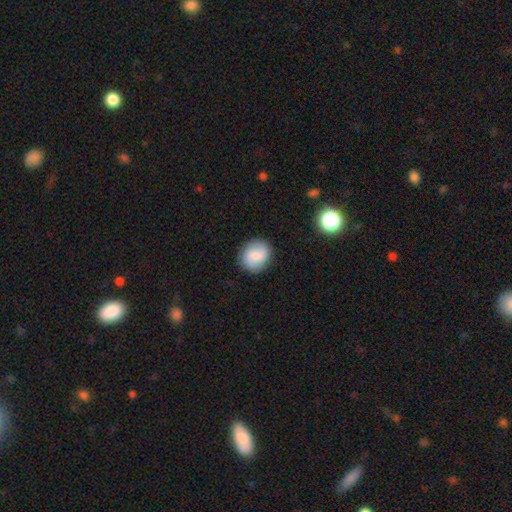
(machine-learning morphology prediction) smooth_or_featured: smooth (p=0.54) [alt: featured or disk p=0.38]
how_rounded: round (p=0.80) [alt: in between p=0.19]
merging: none (p=0.86) [alt: minor disturbance p=0.10]